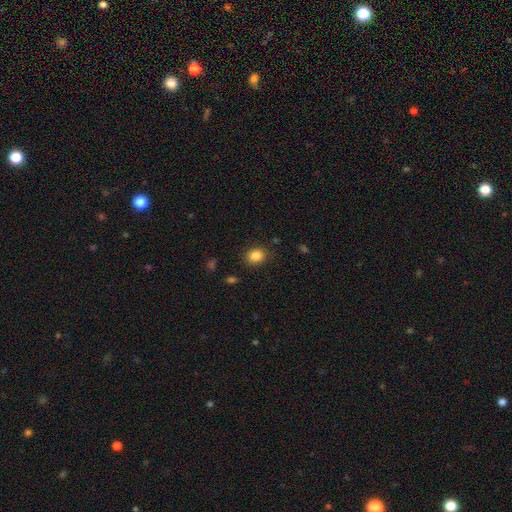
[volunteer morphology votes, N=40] This is clearly a smooth galaxy (95%). How rounded: likely in between (68%). Merging: clearly none (84%).